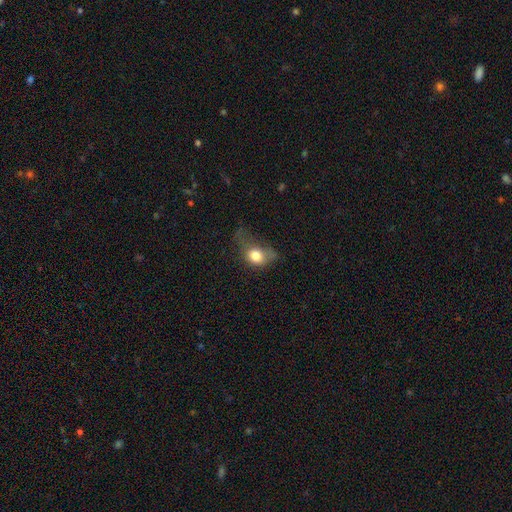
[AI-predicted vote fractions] Smooth or featured? Predicted: smooth (p=0.75). How rounded? Predicted: in between (p=0.60). Merging? Predicted: major disturbance (p=0.46).